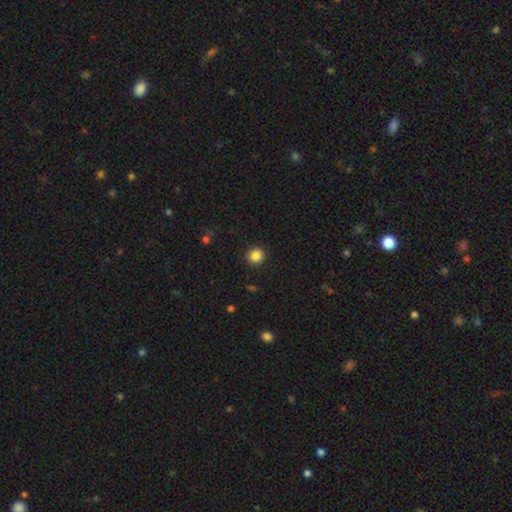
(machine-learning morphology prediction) smooth-or-featured: smooth: 86% | star or artifact: 11% | featured or disk: 4%
  how-rounded: round: 89% | in between: 10% | cigar-shaped: 1%
  merging: none: 91% | minor disturbance: 6% | major disturbance: 2% | merger: 1%